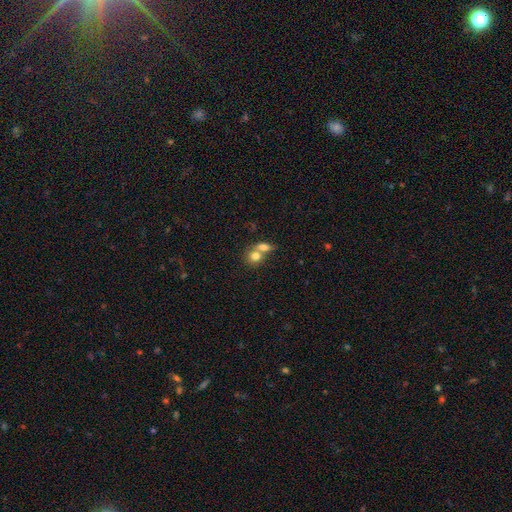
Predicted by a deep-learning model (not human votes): smooth-or-featured: smooth: 77% | featured or disk: 14% | star or artifact: 9%
  how-rounded: round: 65% | in between: 33% | cigar-shaped: 2%
  merging: merger: 60% | none: 30% | minor disturbance: 7% | major disturbance: 3%